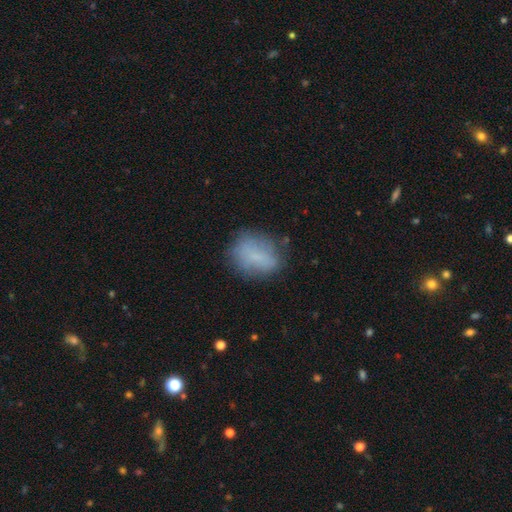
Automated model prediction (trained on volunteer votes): Smooth or featured? smooth (71%)
How rounded? in between (60%)
Merging? none (67%)